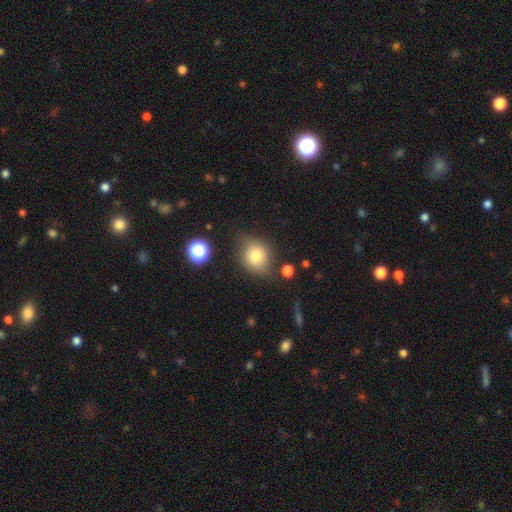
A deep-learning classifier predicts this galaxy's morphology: smooth 76%, featured or disk 12%, star or artifact 11%. Down the decision tree: how rounded — round (63%); merging — none (67%).